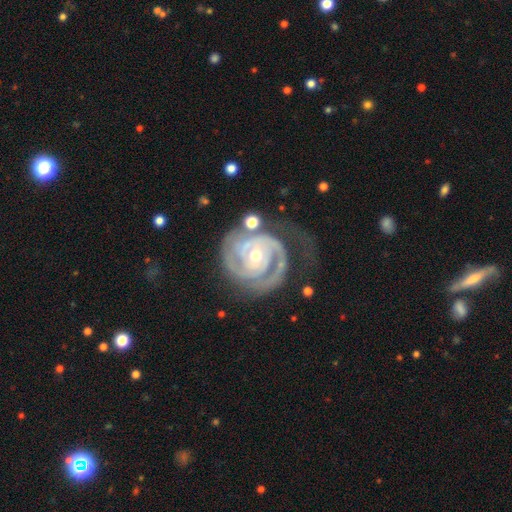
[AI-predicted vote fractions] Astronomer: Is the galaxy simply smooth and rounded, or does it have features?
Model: featured or disk — 92%.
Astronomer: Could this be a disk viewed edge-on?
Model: no — 98%.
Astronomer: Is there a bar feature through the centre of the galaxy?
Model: no — 55% (runner-up: weak, 31%).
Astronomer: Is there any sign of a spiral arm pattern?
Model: yes — 98%.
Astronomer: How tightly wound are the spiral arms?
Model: tight — 76%.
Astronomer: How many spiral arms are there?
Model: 2 — 51%.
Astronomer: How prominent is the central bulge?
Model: moderate — 57% (runner-up: small, 40%).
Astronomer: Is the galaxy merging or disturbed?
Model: none — 53%.